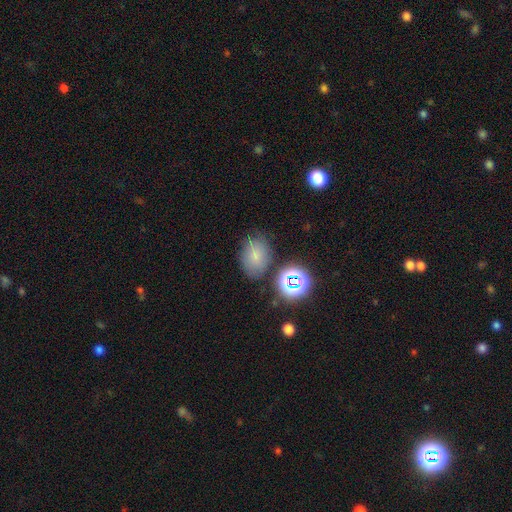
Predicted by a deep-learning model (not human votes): Overall: smooth (68%). How rounded: in between (69%; round 30%). Merging: none (67%).